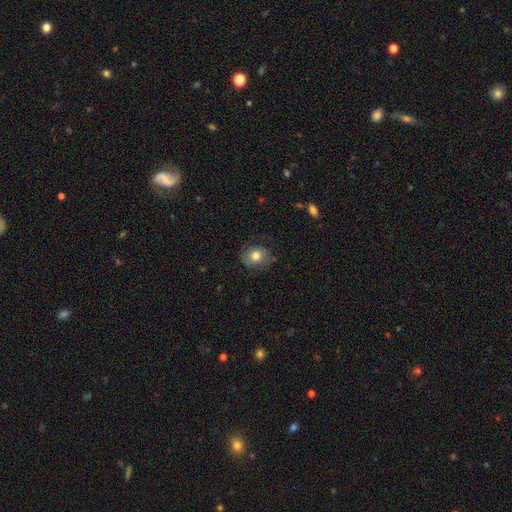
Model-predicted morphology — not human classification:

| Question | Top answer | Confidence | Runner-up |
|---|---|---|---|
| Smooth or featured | smooth | 71% | featured or disk (19%) |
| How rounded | round | 60% | in between (39%) |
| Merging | none | 75% | minor disturbance (18%) |